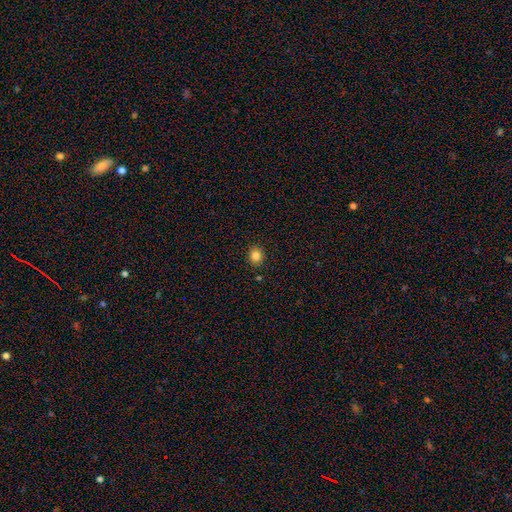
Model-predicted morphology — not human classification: Smooth or featured? smooth (84%)
How rounded? round (74%)
Merging? none (90%)